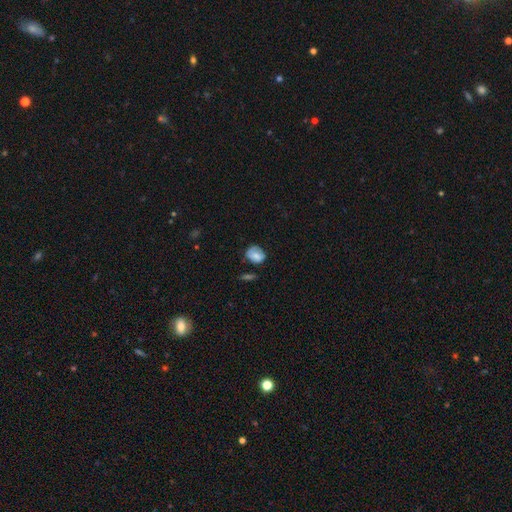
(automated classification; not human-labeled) smooth 70%, featured or disk 22%, star or artifact 8%. Down the decision tree: how rounded — round (51%); merging — none (54%).